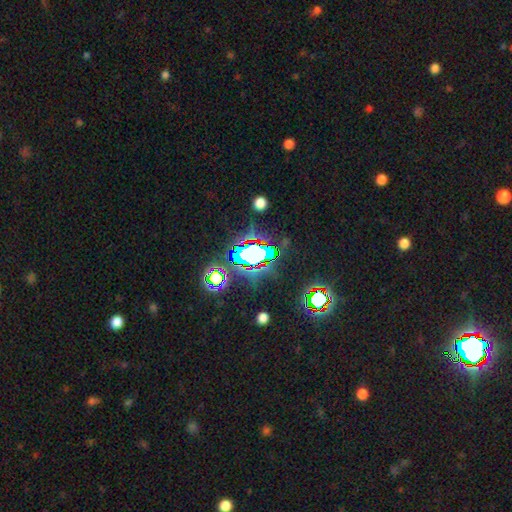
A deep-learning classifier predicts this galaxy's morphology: smooth-or-featured: star or artifact: 77% | smooth: 13% | featured or disk: 10%